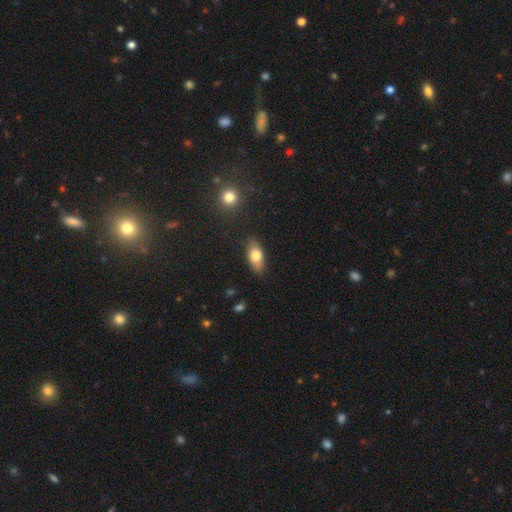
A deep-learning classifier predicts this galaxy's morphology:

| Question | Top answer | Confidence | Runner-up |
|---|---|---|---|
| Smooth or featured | smooth | 73% | featured or disk (19%) |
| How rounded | in between | 85% | cigar-shaped (11%) |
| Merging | none | 84% | minor disturbance (12%) |